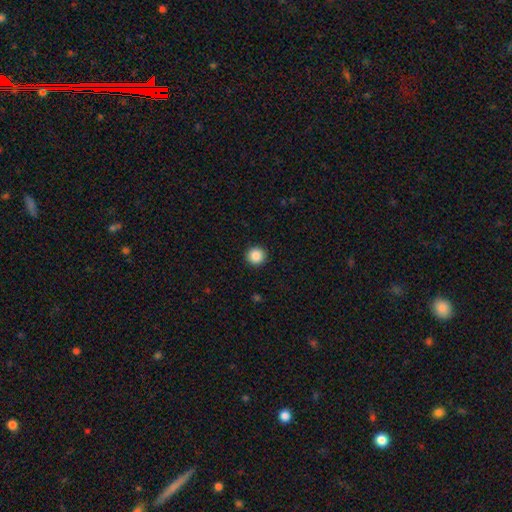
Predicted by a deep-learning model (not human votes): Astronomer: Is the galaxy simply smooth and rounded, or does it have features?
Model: smooth — 87%.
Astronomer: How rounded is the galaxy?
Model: round — 94%.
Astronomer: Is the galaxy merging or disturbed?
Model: none — 93%.